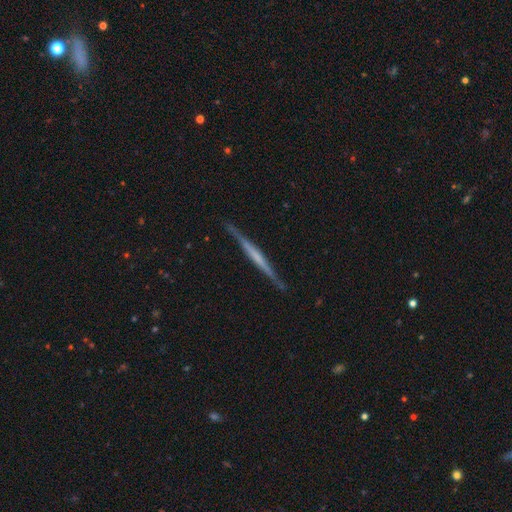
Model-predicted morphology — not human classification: Smooth or featured?
  - featured or disk: 71% *
  - smooth: 24%
  - star or artifact: 5%
Edge-on disk?
  - yes: 97% *
  - no: 3%
Edge-on bulge?
  - none: 59% *
  - rounded: 20%
  - boxy: 20%
Merging?
  - none: 87% *
  - minor disturbance: 9%
  - major disturbance: 2%
  - merger: 1%